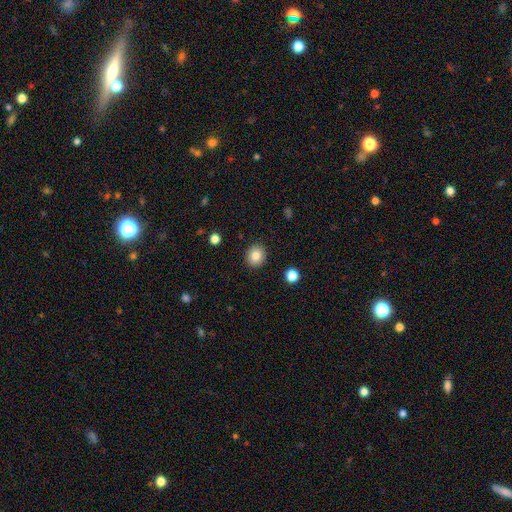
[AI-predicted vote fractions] smooth-or-featured: smooth: 83% | star or artifact: 10% | featured or disk: 7%
  how-rounded: round: 82% | in between: 17% | cigar-shaped: 1%
  merging: none: 91% | minor disturbance: 6% | major disturbance: 2% | merger: 1%